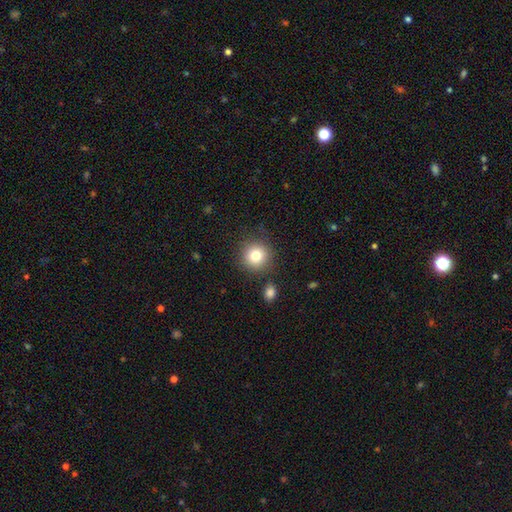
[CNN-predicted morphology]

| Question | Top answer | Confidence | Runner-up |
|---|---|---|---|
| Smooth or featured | smooth | 79% | star or artifact (12%) |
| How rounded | round | 94% | in between (5%) |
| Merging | none | 85% | minor disturbance (8%) |